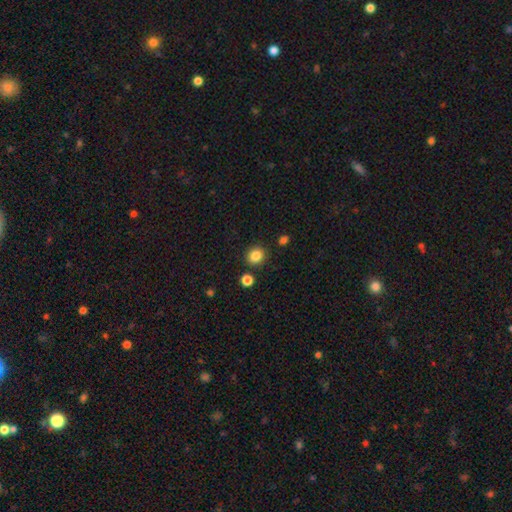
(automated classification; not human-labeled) Q: Smooth or featured?
A: smooth (84%); runner-up: star or artifact (11%)
Q: How rounded?
A: round (80%); runner-up: in between (19%)
Q: Merging?
A: none (86%); runner-up: minor disturbance (7%)